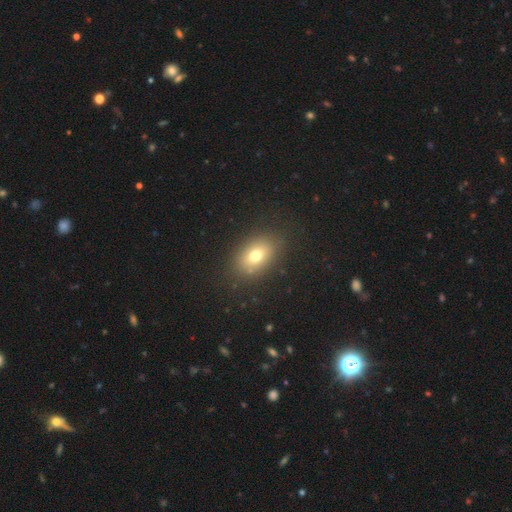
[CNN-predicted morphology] A smooth galaxy with no disk features (71%) that is in between round and cigar-shaped (77%).

Vote fractions:
- Smooth or featured? smooth: 71% / featured or disk: 16% / star or artifact: 13%
- How rounded? in between: 77% / round: 22% / cigar-shaped: 2%
- Merging? none: 84% / minor disturbance: 10% / major disturbance: 5% / merger: 2%